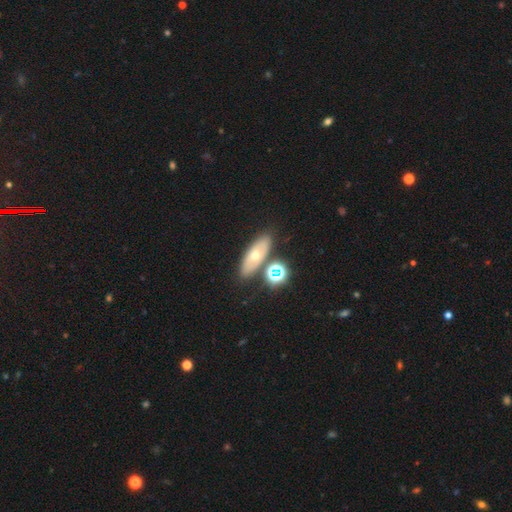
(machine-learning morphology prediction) Q: Smooth or featured?
A: smooth (48%); runner-up: featured or disk (38%)
Q: Merging?
A: none (76%); runner-up: merger (10%)